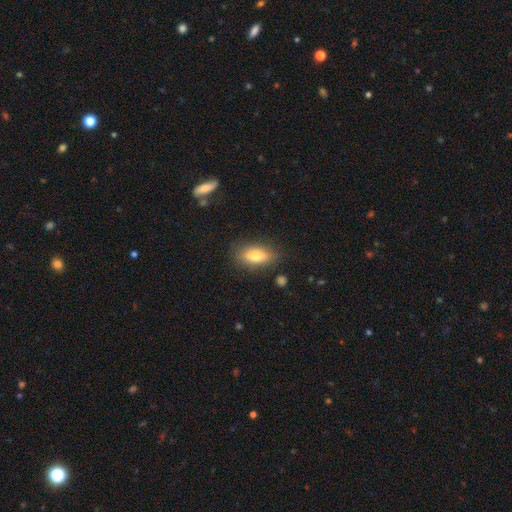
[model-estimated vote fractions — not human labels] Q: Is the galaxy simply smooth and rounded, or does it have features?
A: smooth — 73%.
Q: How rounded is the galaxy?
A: in between — 79%.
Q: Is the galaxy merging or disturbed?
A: none — 81%.